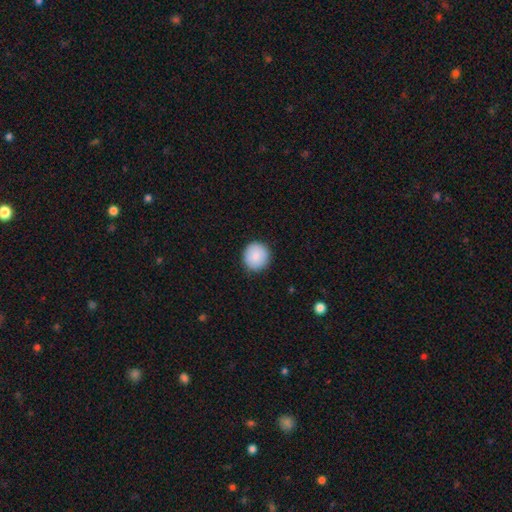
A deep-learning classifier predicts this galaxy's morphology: A smooth galaxy with no disk features (88%) that is round (94%). Merging: none (91%).